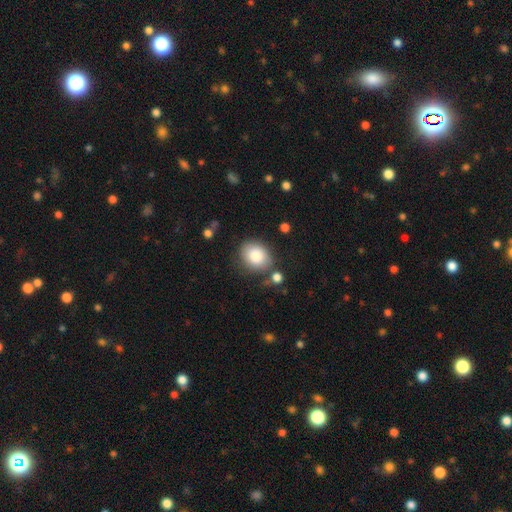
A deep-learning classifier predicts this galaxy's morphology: A smooth galaxy with no disk features (84%) that is round (54%). Merging: none (74%).